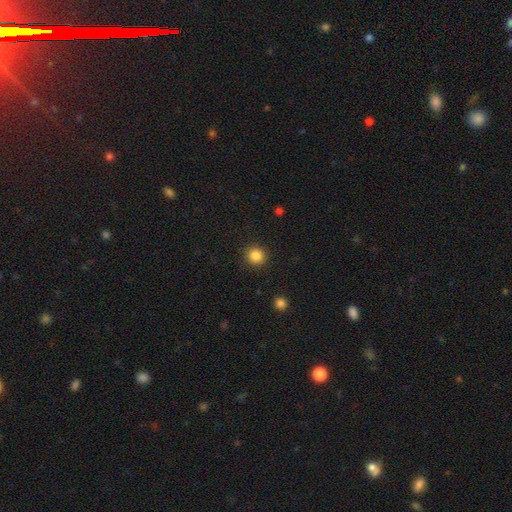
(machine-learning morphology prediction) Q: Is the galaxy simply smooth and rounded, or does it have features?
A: smooth — 86%.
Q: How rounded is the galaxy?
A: round — 94%.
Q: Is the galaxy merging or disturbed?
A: none — 91%.